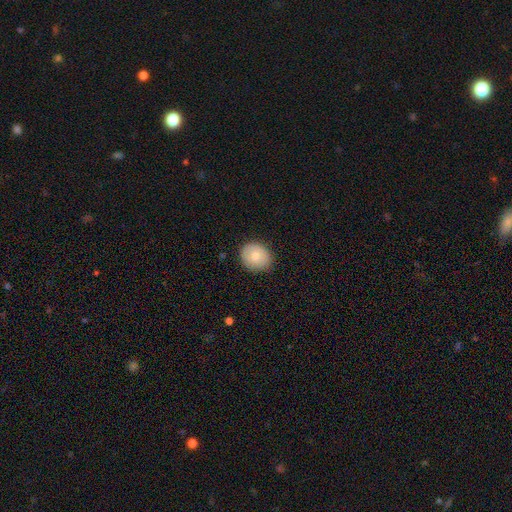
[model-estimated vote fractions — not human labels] This is likely a smooth galaxy (74%). How rounded: likely round (70%). Merging: clearly none (86%).